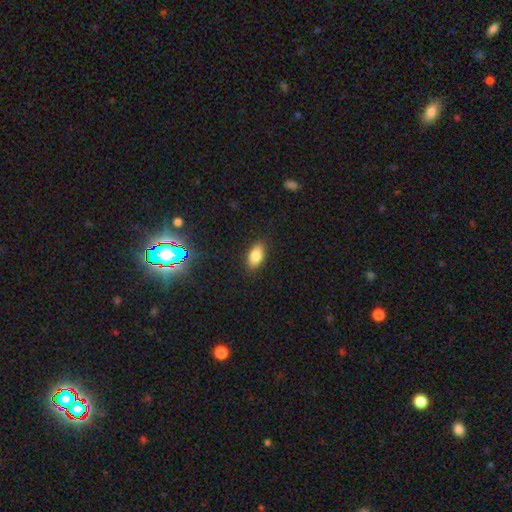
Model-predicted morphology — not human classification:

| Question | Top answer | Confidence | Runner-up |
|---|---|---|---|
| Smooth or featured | smooth | 82% | star or artifact (10%) |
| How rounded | in between | 91% | round (6%) |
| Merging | none | 86% | minor disturbance (10%) |